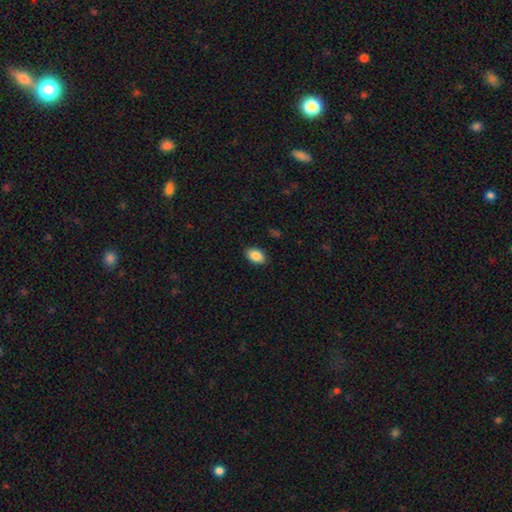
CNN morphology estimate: smooth-or-featured: smooth: 87% | star or artifact: 7% | featured or disk: 5%
  how-rounded: in between: 90% | round: 9% | cigar-shaped: 1%
  merging: none: 88% | minor disturbance: 8% | major disturbance: 2% | merger: 1%